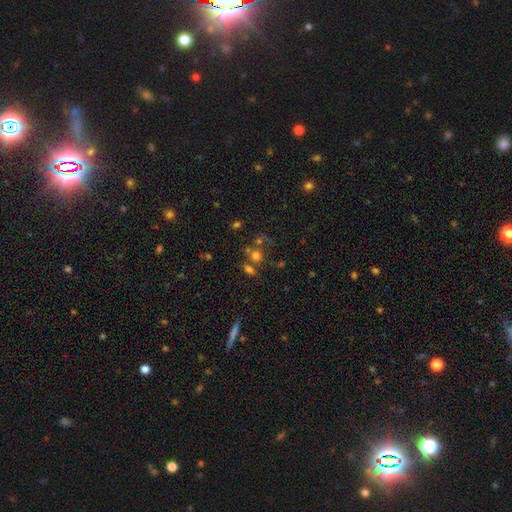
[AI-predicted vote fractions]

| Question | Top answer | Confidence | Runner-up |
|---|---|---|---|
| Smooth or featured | smooth | 63% | star or artifact (22%) |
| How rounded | round | 71% | in between (27%) |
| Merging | none | 46% | merger (35%) |